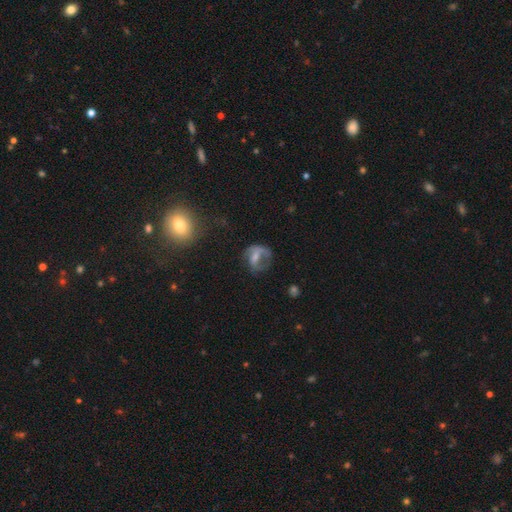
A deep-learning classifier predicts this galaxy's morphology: smooth-or-featured: featured or disk: 50% | smooth: 37% | star or artifact: 13%
  merging: none: 39% | major disturbance: 36% | minor disturbance: 22% | merger: 4%